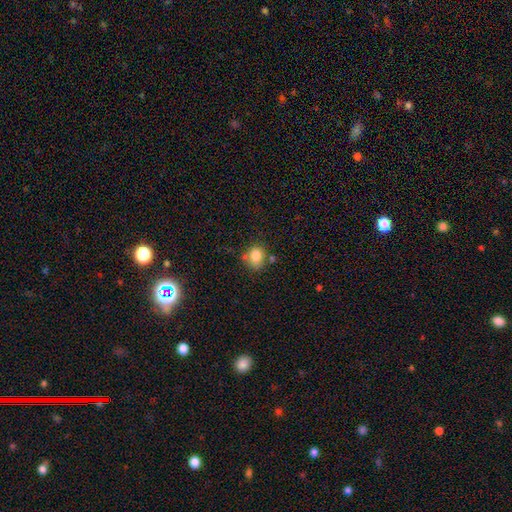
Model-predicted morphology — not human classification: The model was most divided on "how rounded": round: 67%, in between: 32%, cigar-shaped: 1%. More confident: smooth or featured — smooth (82%); merging — none (61%).